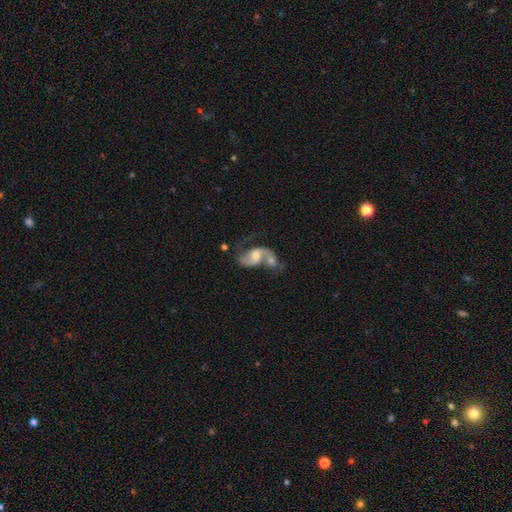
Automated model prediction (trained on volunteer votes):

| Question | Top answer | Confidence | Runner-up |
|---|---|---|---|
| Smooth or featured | featured or disk | 73% | smooth (19%) |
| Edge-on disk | no | 97% | yes (3%) |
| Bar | no | 50% | weak (39%) |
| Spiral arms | yes | 89% | no (11%) |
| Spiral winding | loose | 65% | medium (28%) |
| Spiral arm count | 2 | 80% | 1 (13%) |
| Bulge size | moderate | 45% | small (27%) |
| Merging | merger | 56% | none (20%) |